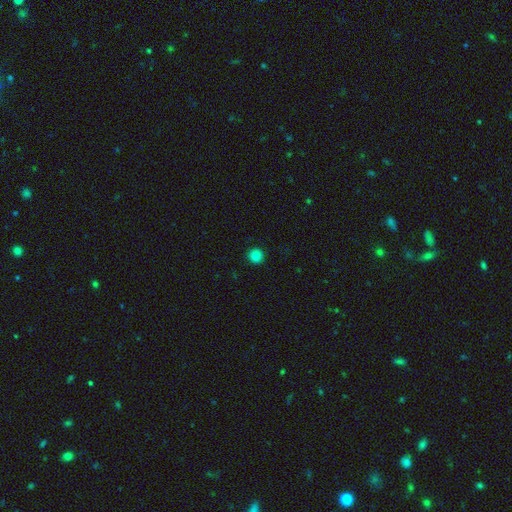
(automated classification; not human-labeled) This is clearly a smooth galaxy (85%). How rounded: clearly round (94%). Merging: clearly none (92%).